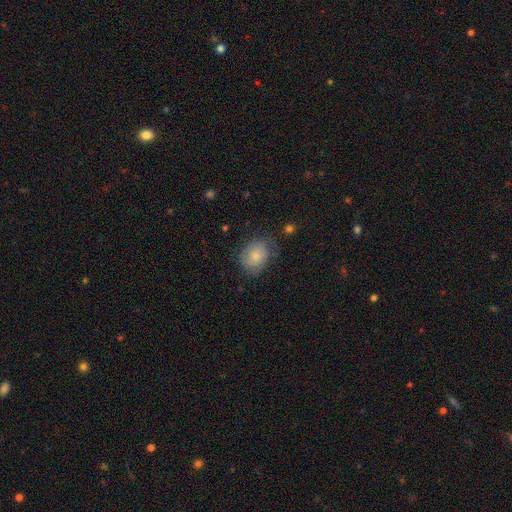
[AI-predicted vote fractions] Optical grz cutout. It shows a smooth galaxy with no disk features (73%) that is in between round and cigar-shaped (52%). Merging: none (64%).